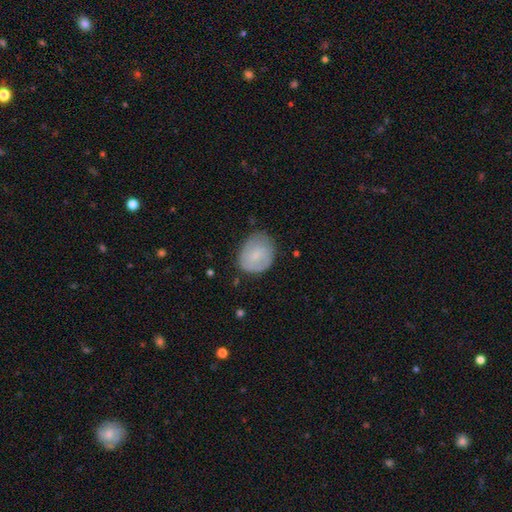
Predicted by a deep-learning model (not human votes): Smooth or featured? Predicted: smooth (p=0.66). How rounded? Predicted: round (p=0.51). Merging? Predicted: none (p=0.66).